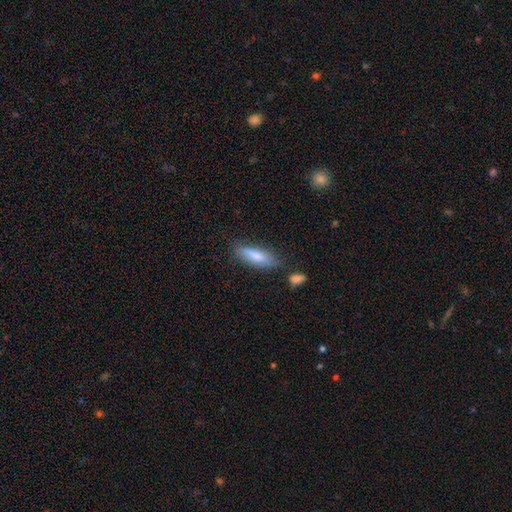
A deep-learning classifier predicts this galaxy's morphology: The model was most divided on "how rounded": cigar-shaped: 50%, in between: 48%, round: 2%. More confident: merging — none (74%); smooth or featured — smooth (73%).